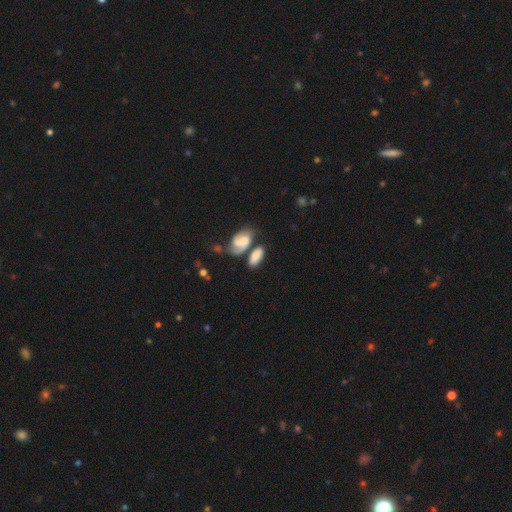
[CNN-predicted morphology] This appears to be a smooth galaxy with no disk features (63%) that is in between round and cigar-shaped (85%). Merging: none (45%).